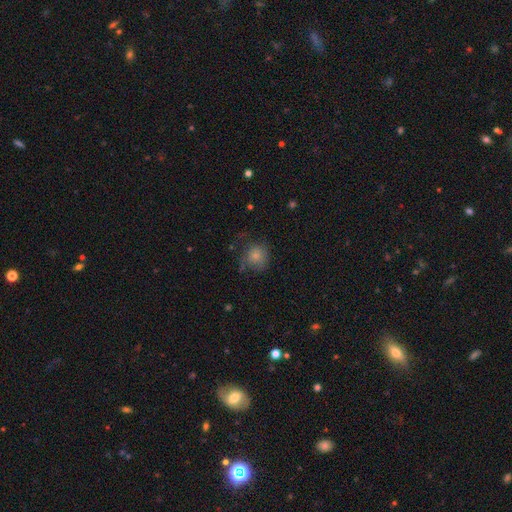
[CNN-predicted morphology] Smooth or featured: smooth — 76% (featured or disk — 14%)
How rounded: round — 85% (in between — 14%)
Merging: none — 56% (minor disturbance — 26%)